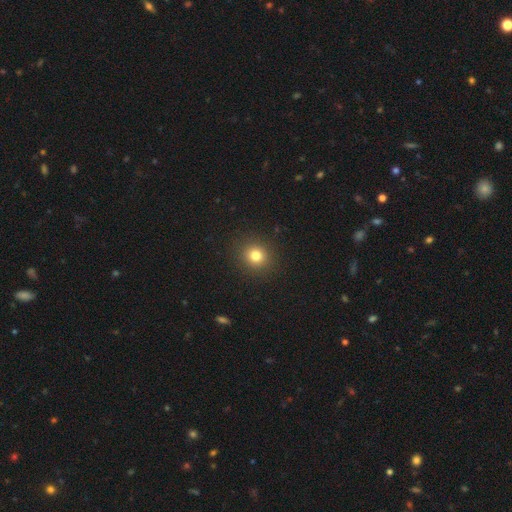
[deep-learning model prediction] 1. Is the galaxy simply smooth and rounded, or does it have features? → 79% smooth, 14% star or artifact, 7% featured or disk.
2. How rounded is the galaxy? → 87% round, 12% in between, 1% cigar-shaped.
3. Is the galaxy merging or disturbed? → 91% none, 6% minor disturbance, 2% major disturbance, 1% merger.